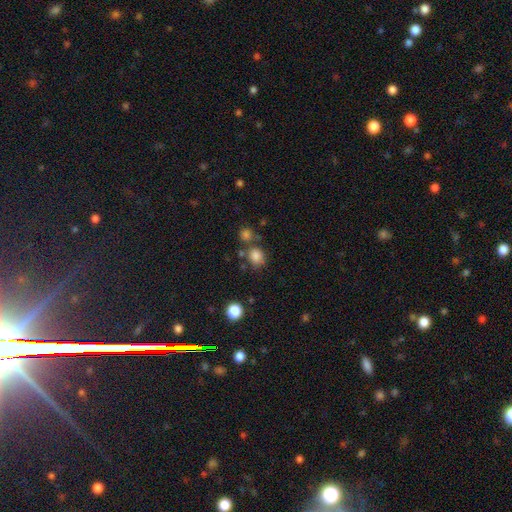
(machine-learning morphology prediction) Q: Smooth or featured?
A: smooth (81%); runner-up: star or artifact (13%)
Q: How rounded?
A: round (72%); runner-up: in between (27%)
Q: Merging?
A: none (66%); runner-up: merger (16%)